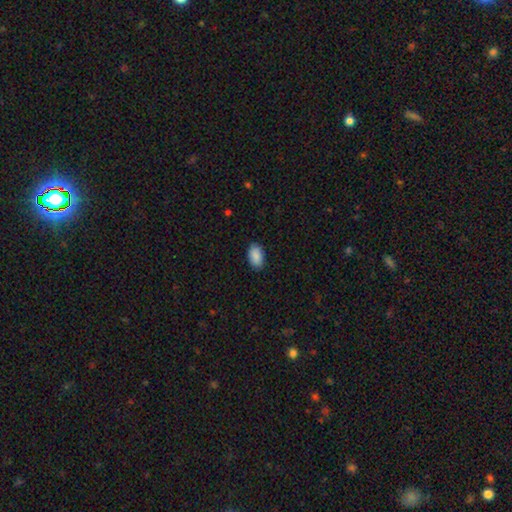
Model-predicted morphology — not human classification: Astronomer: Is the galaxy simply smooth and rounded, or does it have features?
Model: smooth — 89%.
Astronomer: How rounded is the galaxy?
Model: in between — 93%.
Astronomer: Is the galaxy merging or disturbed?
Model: none — 87%.